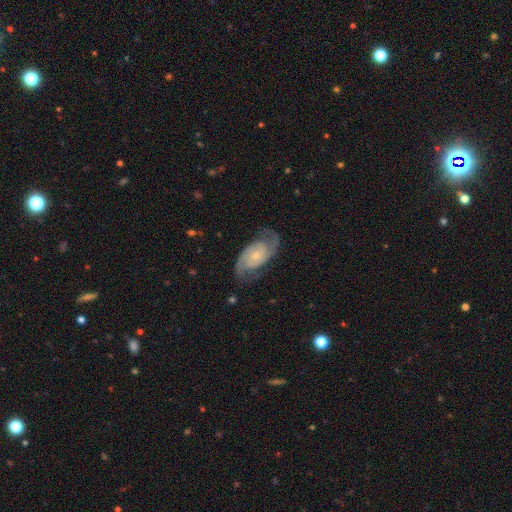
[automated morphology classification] smooth-or-featured: featured or disk: 87% | smooth: 8% | star or artifact: 5%
  disk-edge-on: no: 97% | yes: 3%
    bar: no: 67% | weak: 27% | strong: 6%
    has-spiral-arms: yes: 97% | no: 3%
      spiral-winding: medium: 47% | tight: 37% | loose: 16%
      spiral-arm-count: 2: 90% | can't tell: 4% | 3: 2% | 1: 1% | 4: 1% | more than 4: 1%
    bulge-size: small: 64% | moderate: 29% | none: 4% | large: 2% | dominant: 1%
  merging: none: 76% | minor disturbance: 16% | major disturbance: 7% | merger: 1%